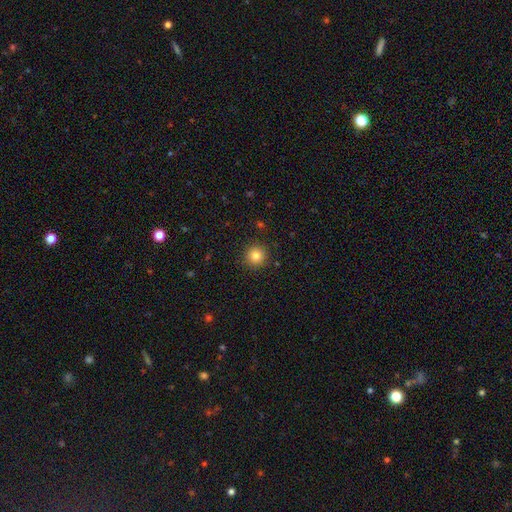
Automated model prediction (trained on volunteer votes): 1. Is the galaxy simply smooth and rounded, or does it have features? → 83% smooth, 11% star or artifact, 6% featured or disk.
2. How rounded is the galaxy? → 95% round, 5% in between, 1% cigar-shaped.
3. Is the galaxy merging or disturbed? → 91% none, 6% minor disturbance, 2% major disturbance, 1% merger.